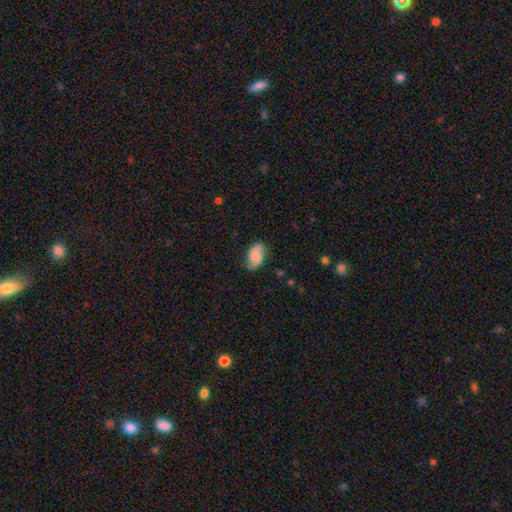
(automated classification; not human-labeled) A smooth galaxy with no disk features (61%) that is in between round and cigar-shaped (91%).

Vote fractions:
- Smooth or featured? smooth: 61% / featured or disk: 31% / star or artifact: 7%
- How rounded? in between: 91% / round: 8% / cigar-shaped: 2%
- Merging? none: 74% / minor disturbance: 20% / major disturbance: 4% / merger: 1%